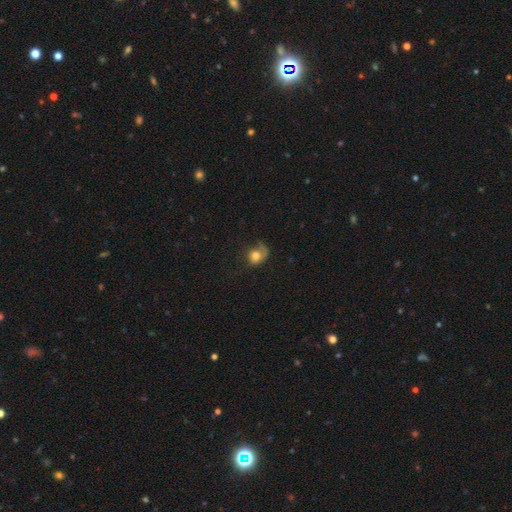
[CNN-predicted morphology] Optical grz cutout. It shows a smooth galaxy with no disk features (72%) that is round (55%). Merging: none (39%).